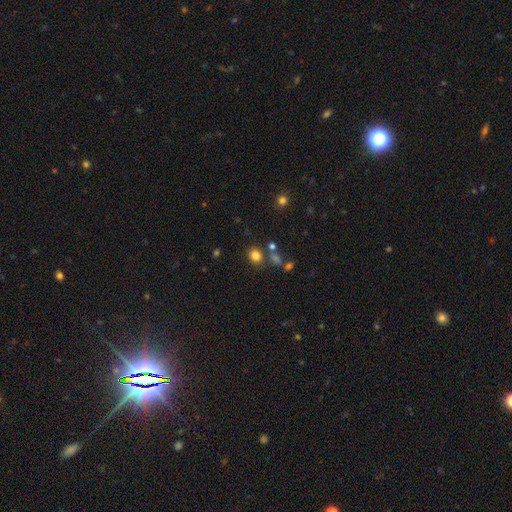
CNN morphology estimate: smooth_or_featured: smooth (p=0.79) [alt: star or artifact p=0.15]
how_rounded: round (p=0.65) [alt: in between p=0.34]
merging: none (p=0.75) [alt: minor disturbance p=0.11]